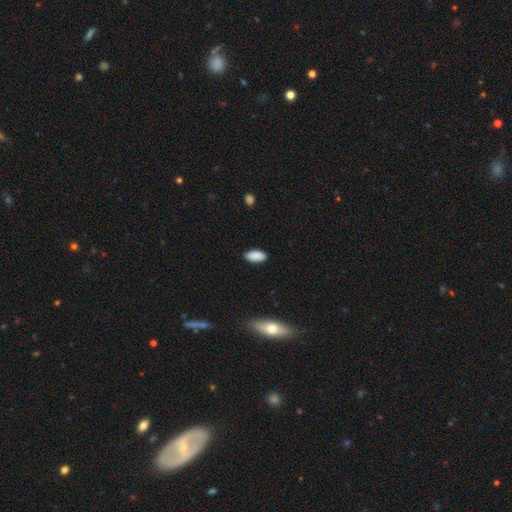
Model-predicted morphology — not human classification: This appears to be a smooth galaxy with no disk features (89%) that is in between round and cigar-shaped (92%). Merging: none (87%).